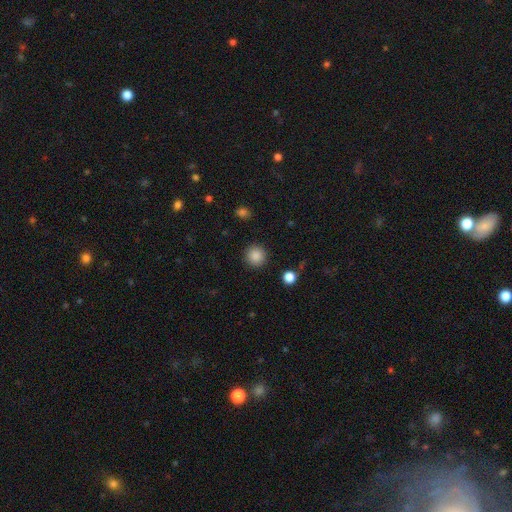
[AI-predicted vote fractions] Q: Smooth or featured?
A: smooth (87%); runner-up: star or artifact (10%)
Q: How rounded?
A: round (94%); runner-up: in between (5%)
Q: Merging?
A: none (91%); runner-up: minor disturbance (5%)